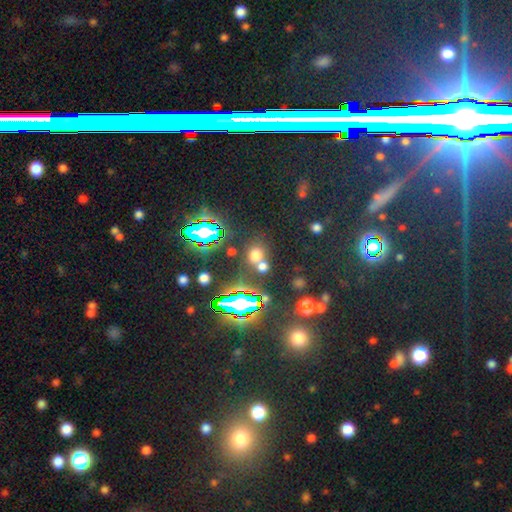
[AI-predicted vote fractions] The model was most divided on "smooth or featured": smooth: 52%, star or artifact: 40%, featured or disk: 8%. More confident: how rounded — round (73%); merging — none (64%).